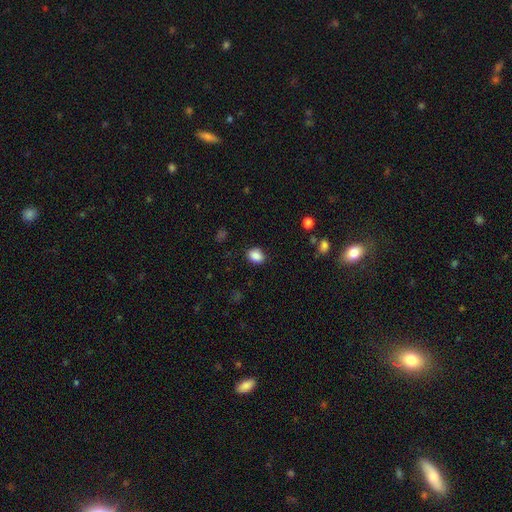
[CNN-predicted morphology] smooth-or-featured: smooth: 87% | star or artifact: 9% | featured or disk: 4%
  how-rounded: in between: 60% | round: 39% | cigar-shaped: 1%
  merging: none: 86% | minor disturbance: 10% | major disturbance: 3% | merger: 1%